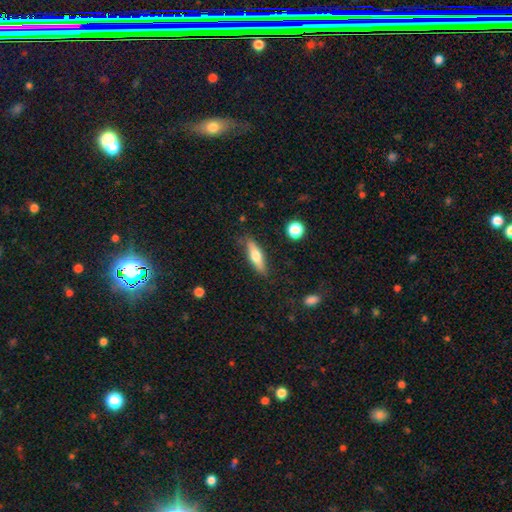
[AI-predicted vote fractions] The model was most divided on "smooth or featured": smooth: 58%, featured or disk: 35%, star or artifact: 6%. More confident: merging — none (81%); how rounded — cigar-shaped (62%).